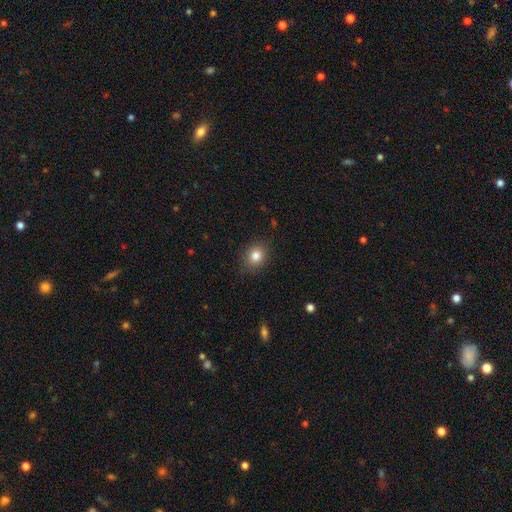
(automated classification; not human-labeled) smooth 83%, star or artifact 11%, featured or disk 7%. Down the decision tree: how rounded — round (70%); merging — none (87%).